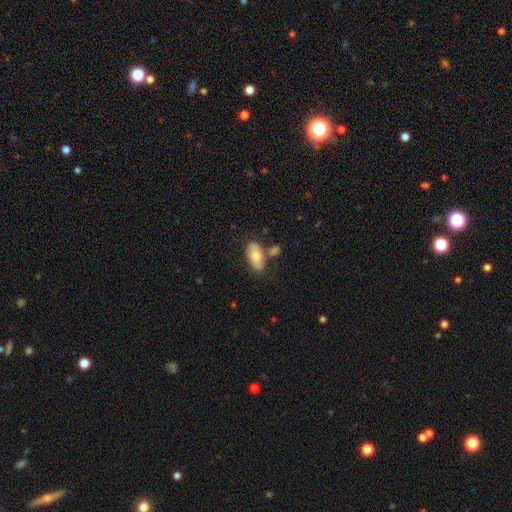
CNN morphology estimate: This appears to be a smooth galaxy with no disk features (71%) that is in between round and cigar-shaped (89%). Merging: none (66%).